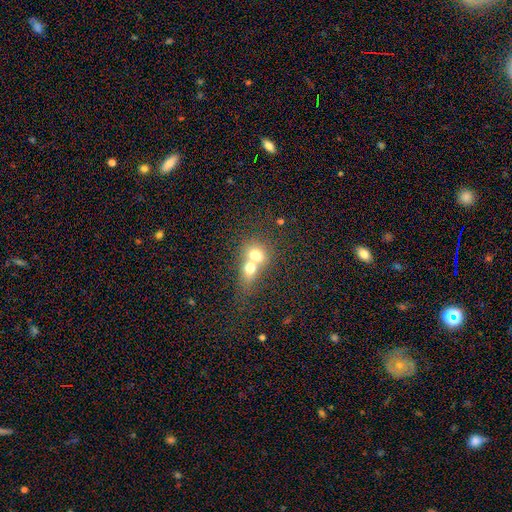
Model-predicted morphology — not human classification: type=smooth (68%); roundness=round (56%); merging=merger (75%).